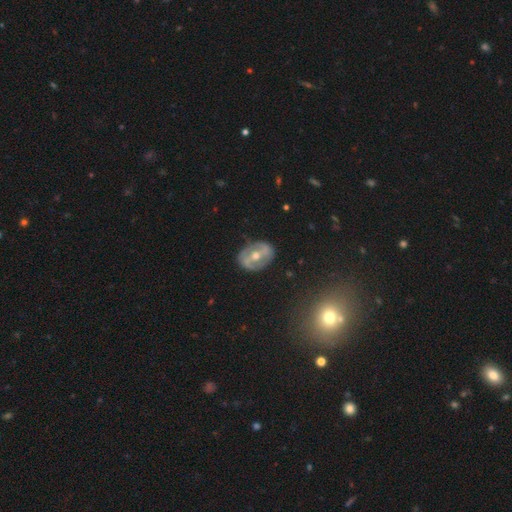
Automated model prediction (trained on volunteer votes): A featured or disk galaxy (74%) with a strong bar (44%), spiral arms (58%) and a moderate central bulge (62%). Merging: none (80%).